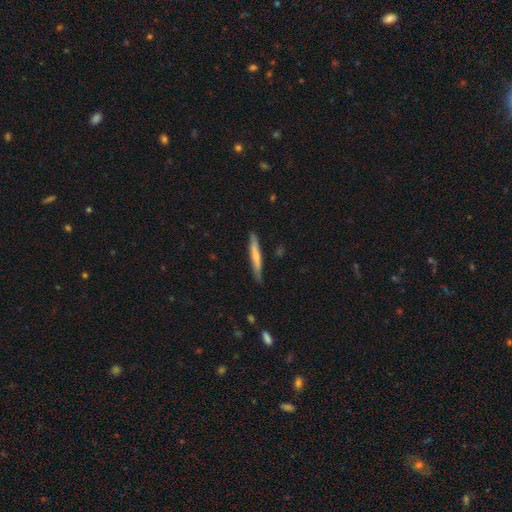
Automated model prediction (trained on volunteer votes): This is possibly a smooth galaxy (57%). How rounded: clearly cigar-shaped (95%). Merging: clearly none (83%).